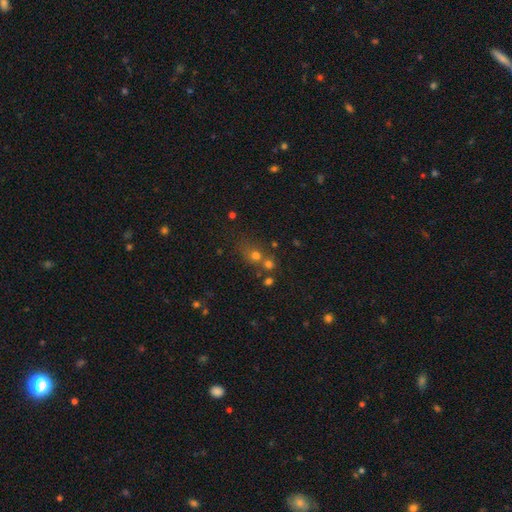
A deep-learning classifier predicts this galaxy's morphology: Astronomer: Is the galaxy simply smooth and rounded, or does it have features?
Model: smooth — 61%.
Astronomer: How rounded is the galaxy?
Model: round — 78%.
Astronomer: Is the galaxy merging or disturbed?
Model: none — 45% (runner-up: merger, 40%).